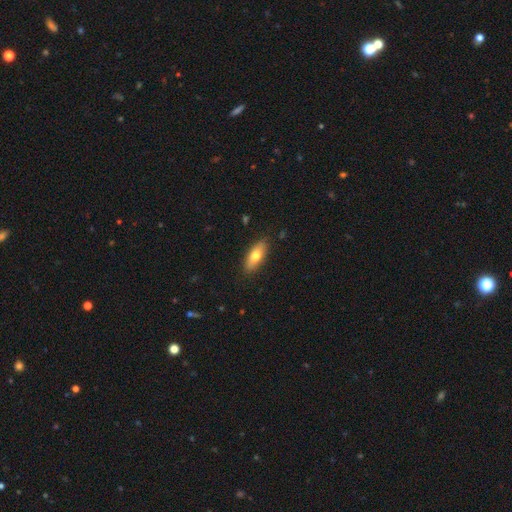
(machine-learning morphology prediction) A smooth galaxy with no disk features (71%) that is in between round and cigar-shaped (73%).

Vote fractions:
- Smooth or featured? smooth: 71% / featured or disk: 23% / star or artifact: 6%
- How rounded? in between: 73% / cigar-shaped: 24% / round: 3%
- Merging? none: 85% / minor disturbance: 11% / major disturbance: 2% / merger: 1%